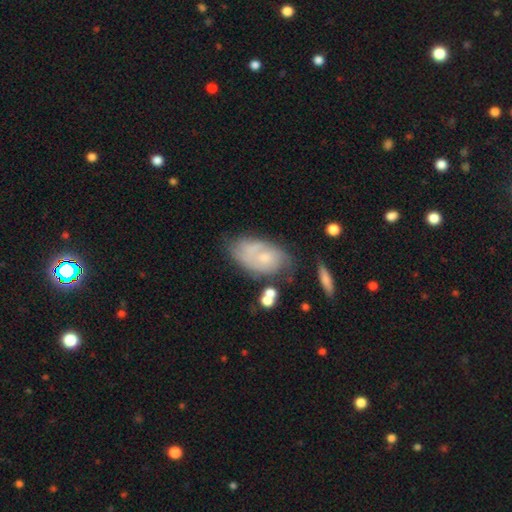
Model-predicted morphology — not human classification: This appears to be a featured or disk galaxy (57%) with no bar (73%), spiral arms (77%) and a small central bulge (57%). Merging: none (55%).